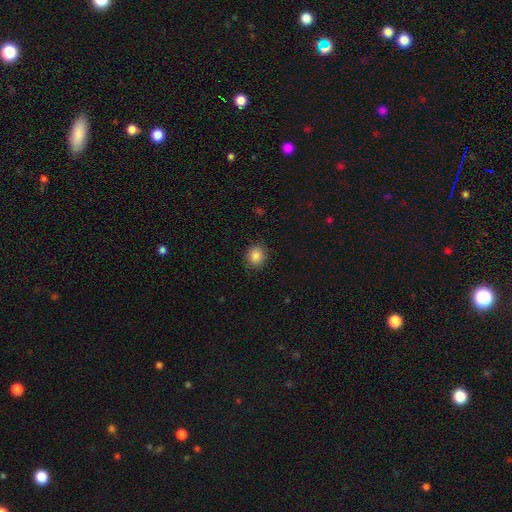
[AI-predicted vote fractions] Overall: smooth (86%). How rounded: round (77%). Merging: none (87%).